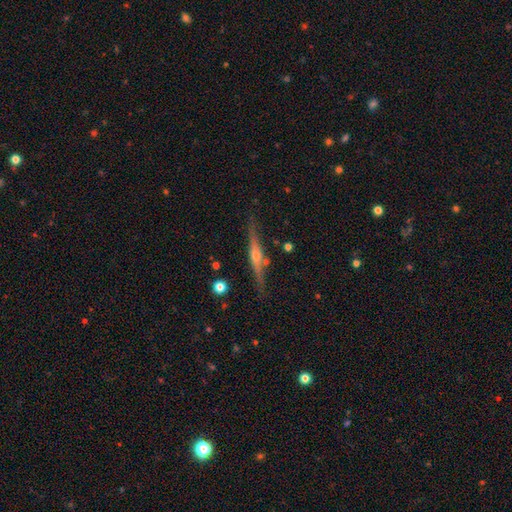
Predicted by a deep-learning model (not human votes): Smooth or featured?
  - featured or disk: 75% *
  - smooth: 18%
  - star or artifact: 7%
Edge-on disk?
  - yes: 97% *
  - no: 3%
Edge-on bulge?
  - rounded: 80% *
  - none: 11%
  - boxy: 9%
Merging?
  - none: 86% *
  - minor disturbance: 10%
  - merger: 2%
  - major disturbance: 2%